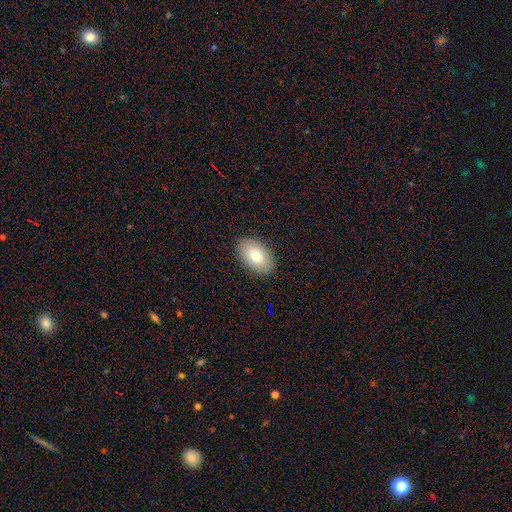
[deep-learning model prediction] Overall: smooth (79%). How rounded: in between (92%). Merging: none (89%).